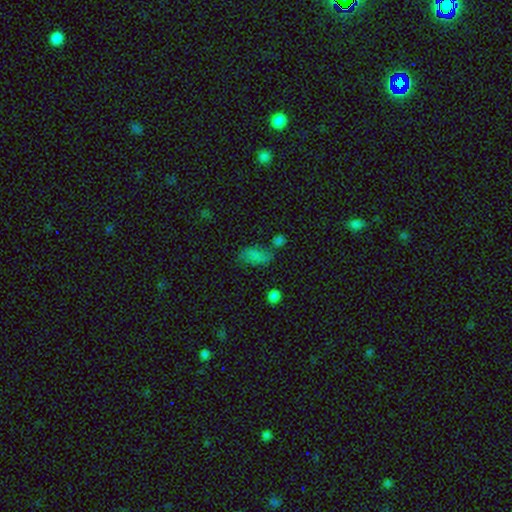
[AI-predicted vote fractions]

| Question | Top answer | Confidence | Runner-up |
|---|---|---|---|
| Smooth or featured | smooth | 74% | star or artifact (15%) |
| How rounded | in between | 89% | round (6%) |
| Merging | none | 50% | minor disturbance (23%) |